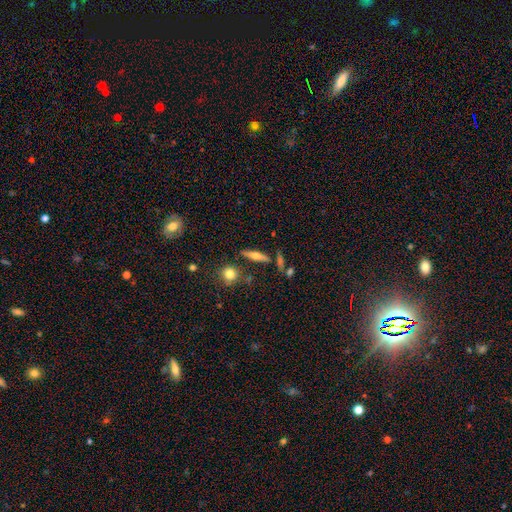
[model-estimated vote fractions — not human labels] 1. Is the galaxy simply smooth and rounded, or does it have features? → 48% featured or disk, 44% smooth, 8% star or artifact.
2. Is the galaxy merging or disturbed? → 78% none, 11% minor disturbance, 7% merger, 4% major disturbance.